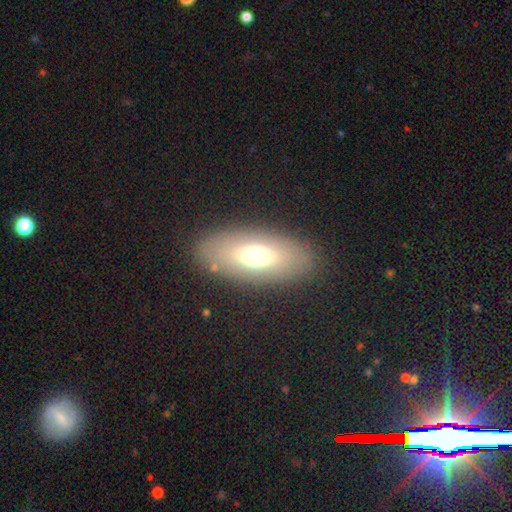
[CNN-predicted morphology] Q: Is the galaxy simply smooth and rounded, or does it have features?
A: smooth — 62%.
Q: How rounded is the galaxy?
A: in between — 84%.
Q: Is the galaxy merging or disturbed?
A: none — 84%.